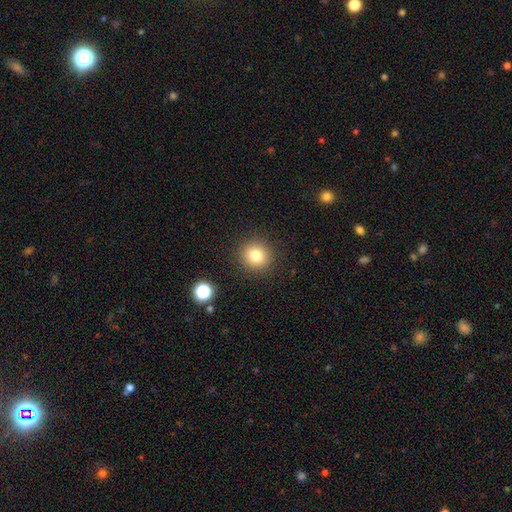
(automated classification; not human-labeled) smooth_or_featured: smooth (p=0.80) [alt: star or artifact p=0.13]
how_rounded: round (p=0.90) [alt: in between p=0.09]
merging: none (p=0.90) [alt: minor disturbance p=0.06]